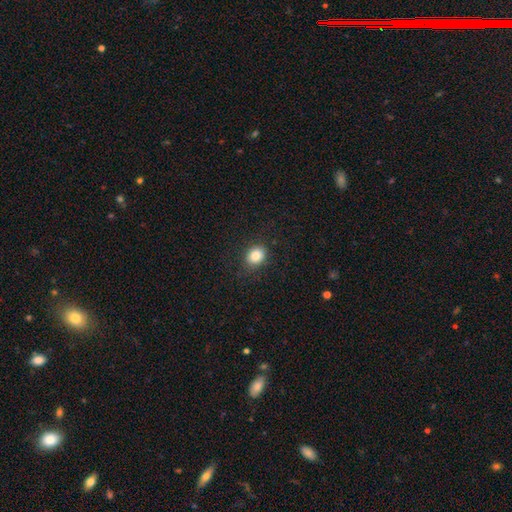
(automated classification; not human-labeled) This appears to be a smooth galaxy with no disk features (84%) that is in between round and cigar-shaped (52%). Merging: none (84%).